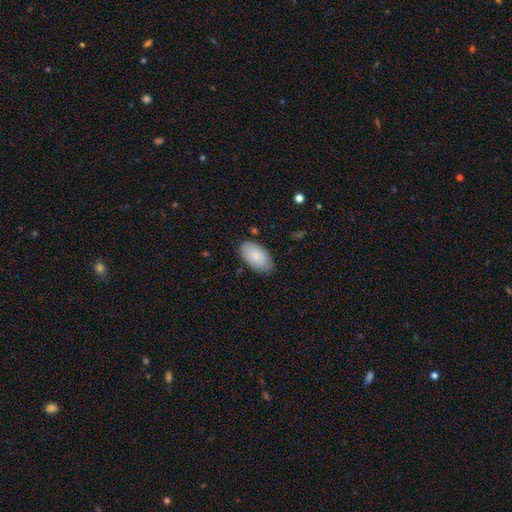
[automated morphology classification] Smooth or featured: smooth — 83% (featured or disk — 11%)
How rounded: in between — 96% (round — 3%)
Merging: none — 80% (minor disturbance — 15%)